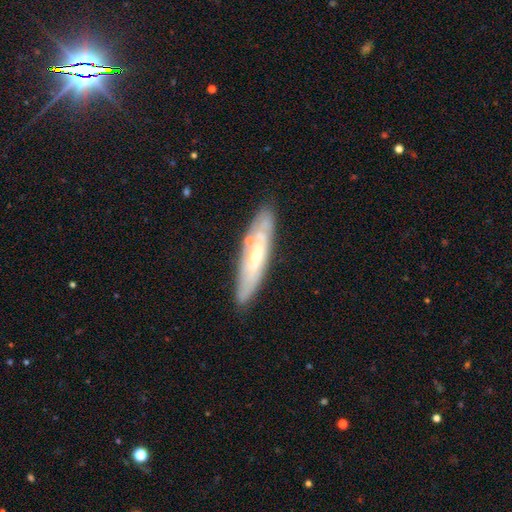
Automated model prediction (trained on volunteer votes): Smooth or featured: featured or disk — 64% (smooth — 29%)
Edge-on disk: no — 55% (yes — 45%)
Merging: none — 79% (minor disturbance — 13%)